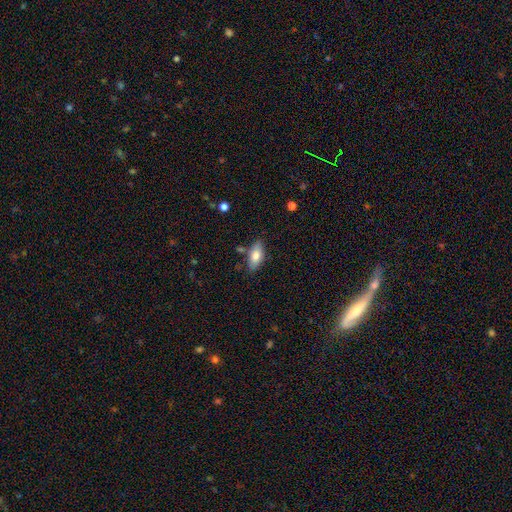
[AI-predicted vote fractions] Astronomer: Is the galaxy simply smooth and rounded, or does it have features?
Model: smooth — 75%.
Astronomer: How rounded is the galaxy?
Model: in between — 85%.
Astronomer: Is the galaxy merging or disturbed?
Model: none — 77%.